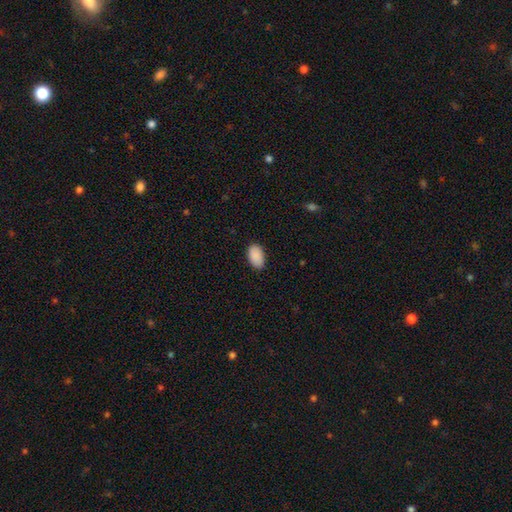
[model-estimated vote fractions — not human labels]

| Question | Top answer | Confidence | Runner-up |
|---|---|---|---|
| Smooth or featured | smooth | 91% | star or artifact (7%) |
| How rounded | in between | 94% | round (5%) |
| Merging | none | 87% | minor disturbance (10%) |